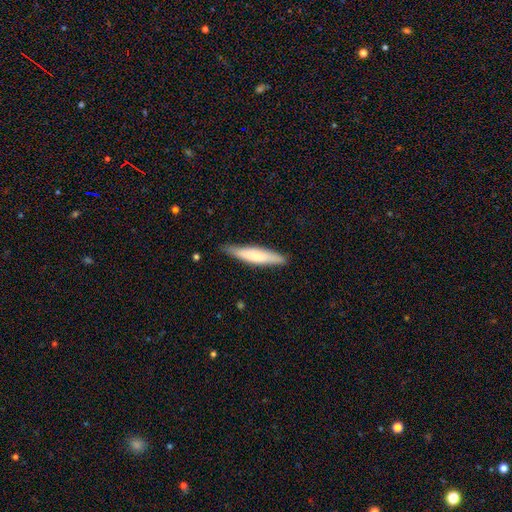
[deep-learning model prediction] Q: Smooth or featured?
A: smooth (68%); runner-up: featured or disk (27%)
Q: How rounded?
A: cigar-shaped (86%); runner-up: in between (13%)
Q: Merging?
A: none (83%); runner-up: minor disturbance (14%)